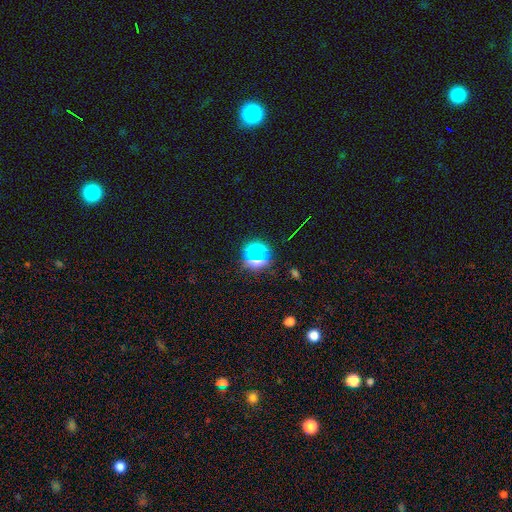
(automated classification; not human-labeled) Smooth or featured? Predicted: star or artifact (p=0.49).